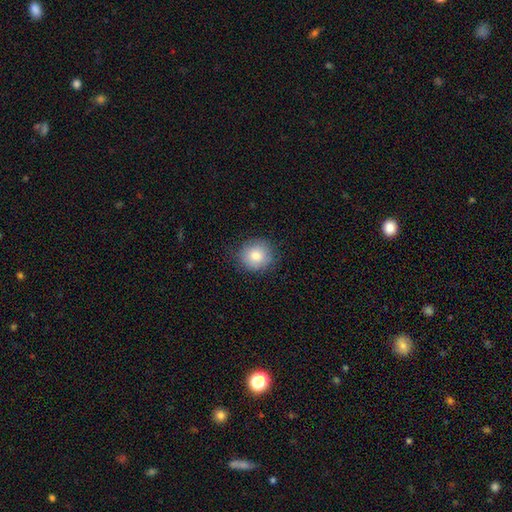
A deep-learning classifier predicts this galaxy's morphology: smooth-or-featured: smooth: 81% | featured or disk: 10% | star or artifact: 9%
  how-rounded: round: 90% | in between: 10% | cigar-shaped: 1%
  merging: none: 84% | minor disturbance: 12% | major disturbance: 3% | merger: 1%